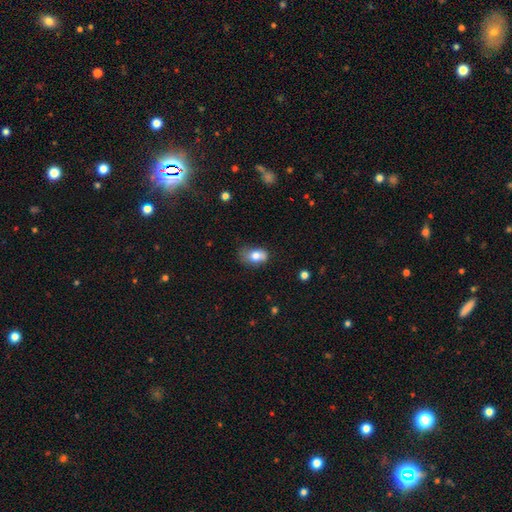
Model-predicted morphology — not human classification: smooth_or_featured: smooth (p=0.73) [alt: featured or disk p=0.18]
how_rounded: in between (p=0.82) [alt: round p=0.16]
merging: none (p=0.44) [alt: minor disturbance p=0.36]